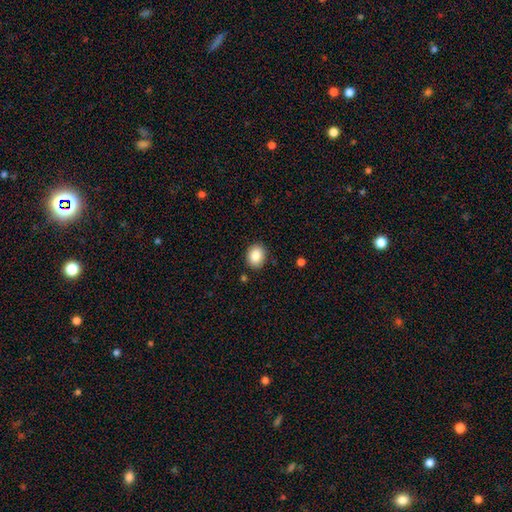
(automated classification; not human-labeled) smooth_or_featured: smooth (p=0.85) [alt: star or artifact p=0.09]
how_rounded: round (p=0.54) [alt: in between p=0.46]
merging: none (p=0.88) [alt: minor disturbance p=0.08]